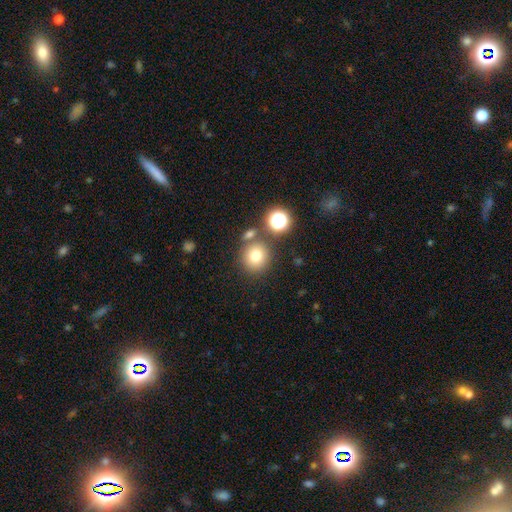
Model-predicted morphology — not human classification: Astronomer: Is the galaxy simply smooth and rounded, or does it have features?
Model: smooth — 76%.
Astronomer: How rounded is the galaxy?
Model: round — 89%.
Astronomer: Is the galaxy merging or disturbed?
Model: none — 72%.